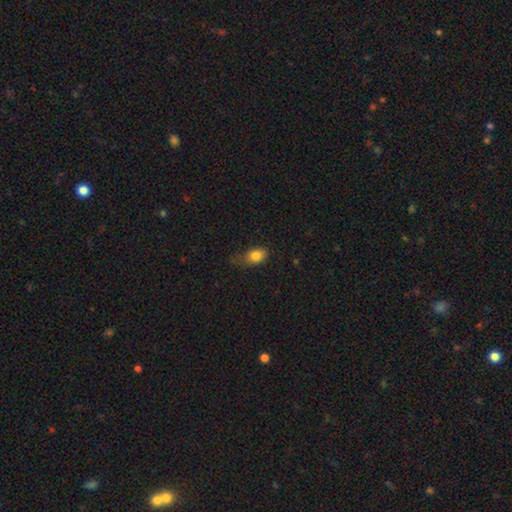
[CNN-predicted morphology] Smooth or featured?
  - smooth: 83% *
  - star or artifact: 10%
  - featured or disk: 8%
How rounded?
  - in between: 78% *
  - round: 19%
  - cigar-shaped: 3%
Merging?
  - none: 49% *
  - minor disturbance: 36%
  - major disturbance: 13%
  - merger: 2%